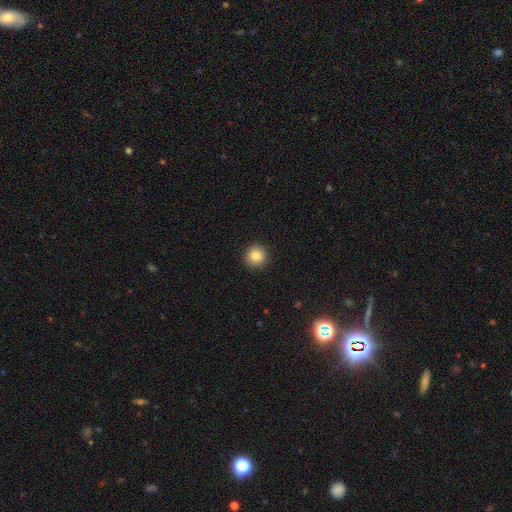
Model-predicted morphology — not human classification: smooth 84%, star or artifact 10%, featured or disk 6%. Down the decision tree: how rounded — round (94%); merging — none (92%).